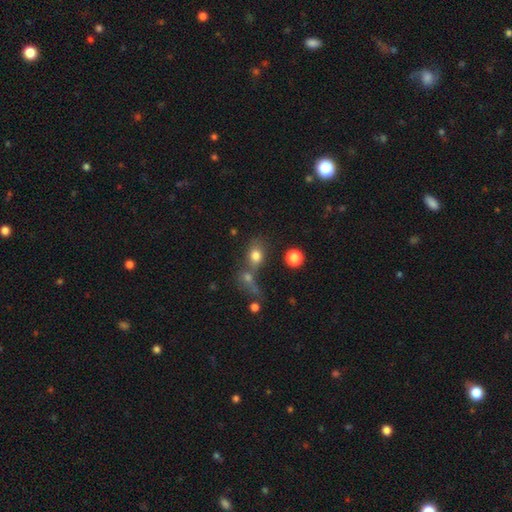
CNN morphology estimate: This appears to be a smooth galaxy with no disk features (76%) that is in between round and cigar-shaped (52%). Merging: none (42%).